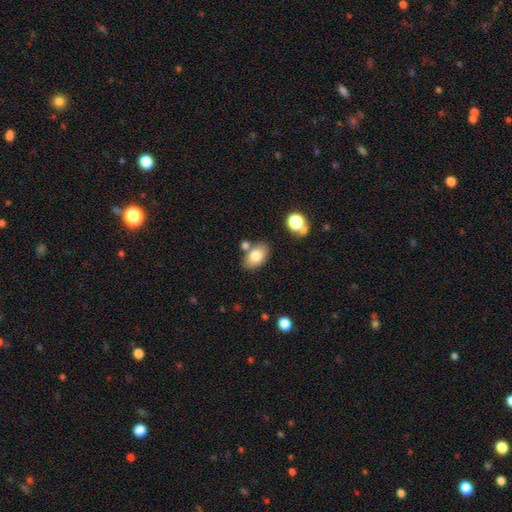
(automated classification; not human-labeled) smooth 78%, featured or disk 13%, star or artifact 9%. Down the decision tree: how rounded — in between (88%); merging — none (71%).